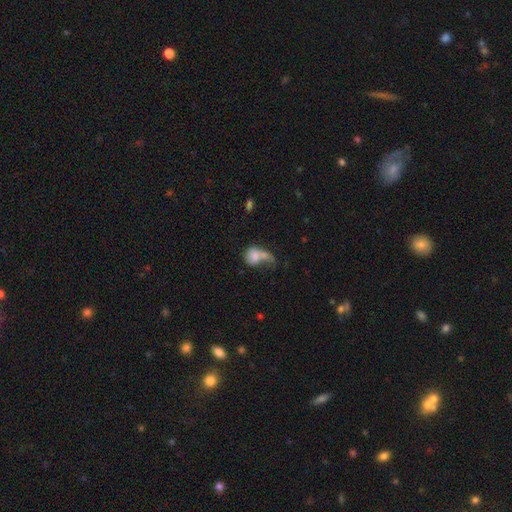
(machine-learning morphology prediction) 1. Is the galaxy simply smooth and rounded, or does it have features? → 69% smooth, 22% featured or disk, 9% star or artifact.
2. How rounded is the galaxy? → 60% in between, 37% round, 2% cigar-shaped.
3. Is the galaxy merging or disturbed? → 44% merger, 27% major disturbance, 17% none, 13% minor disturbance.